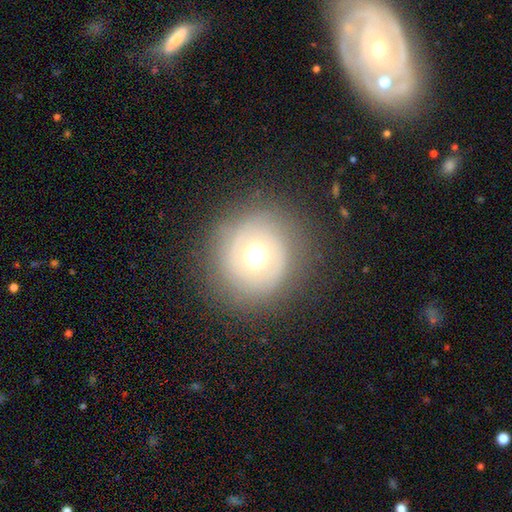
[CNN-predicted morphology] This appears to be a smooth galaxy with no disk features (44%). Merging: none (78%).